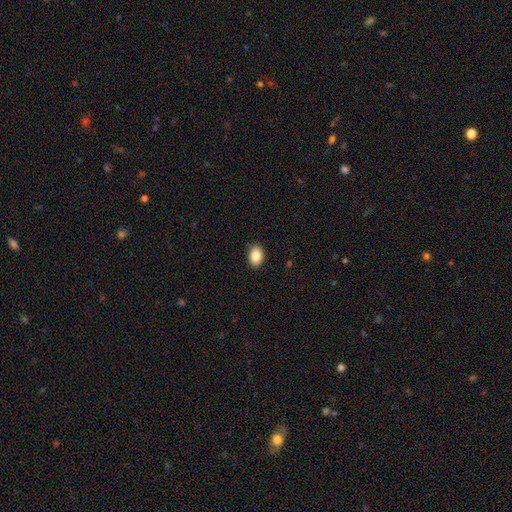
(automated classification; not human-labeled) Smooth or featured? smooth (87%)
How rounded? in between (78%)
Merging? none (89%)